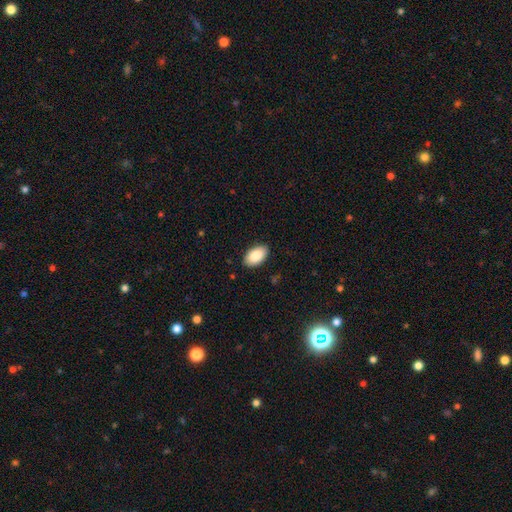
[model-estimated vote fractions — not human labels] This appears to be a smooth galaxy with no disk features (88%) that is in between round and cigar-shaped (95%). Merging: none (87%).